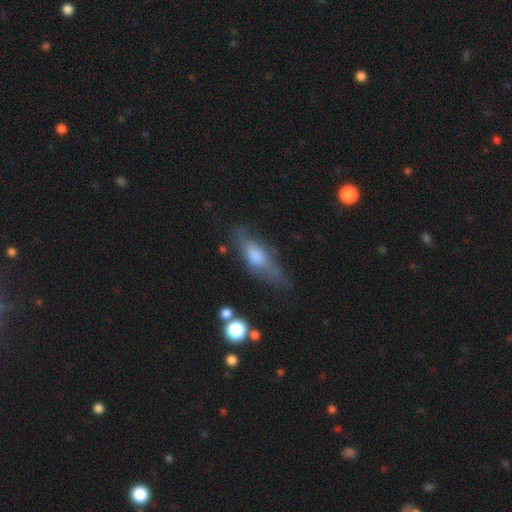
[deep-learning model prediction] A smooth galaxy with no disk features (53%) that is cigar-shaped (49%). Merging: none (61%).